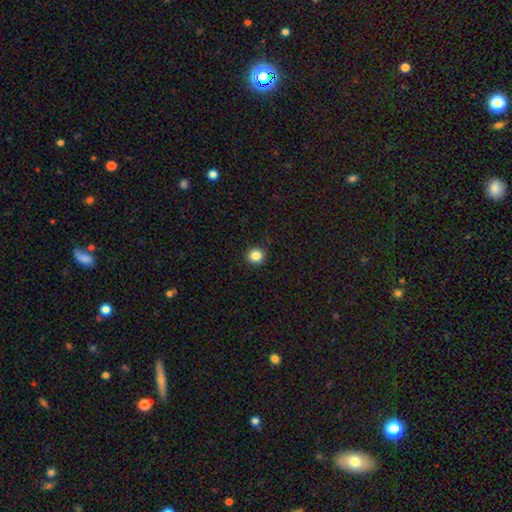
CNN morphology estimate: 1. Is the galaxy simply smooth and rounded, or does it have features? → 85% smooth, 11% star or artifact, 4% featured or disk.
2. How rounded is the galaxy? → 95% round, 4% in between, 1% cigar-shaped.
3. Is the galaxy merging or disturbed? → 93% none, 5% minor disturbance, 2% major disturbance, 1% merger.